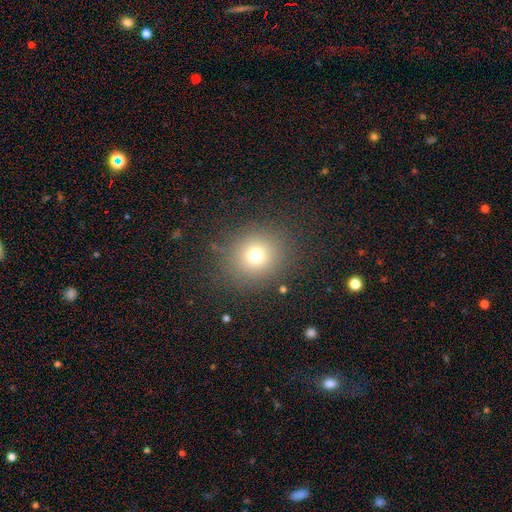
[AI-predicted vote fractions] smooth 71%, star or artifact 18%, featured or disk 11%. Down the decision tree: how rounded — round (86%); merging — none (86%).